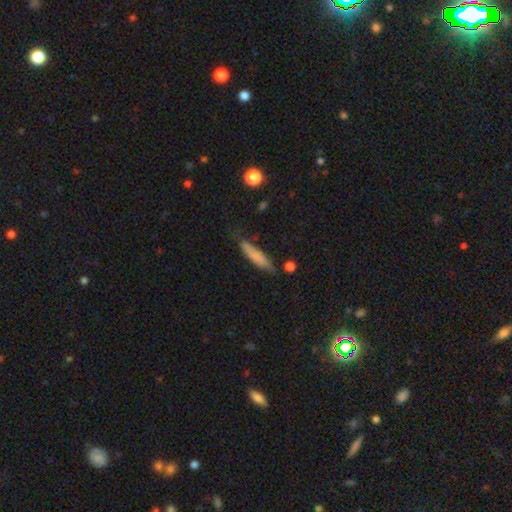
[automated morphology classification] smooth 78%, featured or disk 15%, star or artifact 6%. Down the decision tree: how rounded — cigar-shaped (82%); merging — none (70%).